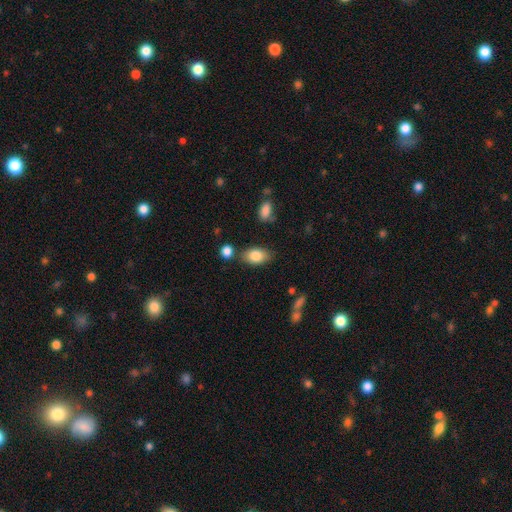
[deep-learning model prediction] smooth-or-featured: smooth: 84% | featured or disk: 9% | star or artifact: 7%
  how-rounded: in between: 90% | round: 7% | cigar-shaped: 2%
  merging: none: 75% | minor disturbance: 15% | merger: 6% | major disturbance: 4%